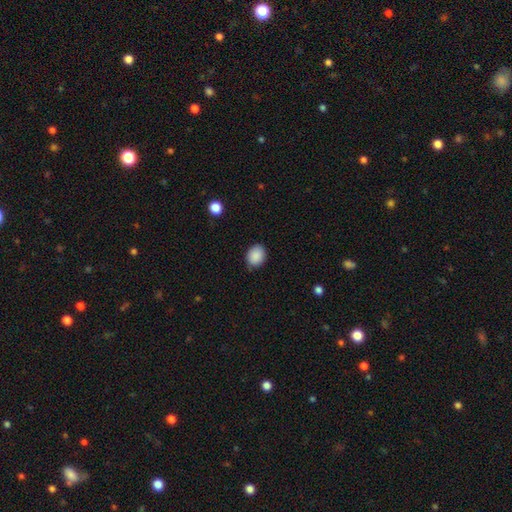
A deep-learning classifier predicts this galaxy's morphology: smooth-or-featured: smooth: 89% | star or artifact: 8% | featured or disk: 3%
  how-rounded: in between: 51% | round: 48% | cigar-shaped: 1%
  merging: none: 83% | minor disturbance: 13% | major disturbance: 2% | merger: 1%